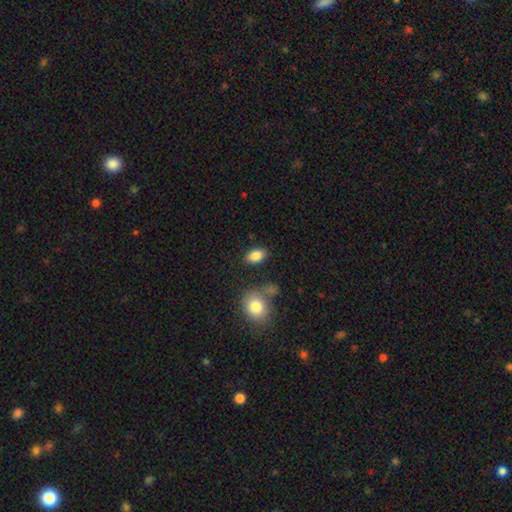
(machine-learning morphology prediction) Smooth or featured?
  - smooth: 86% *
  - star or artifact: 8%
  - featured or disk: 6%
How rounded?
  - in between: 87% *
  - round: 11%
  - cigar-shaped: 1%
Merging?
  - none: 82% *
  - minor disturbance: 10%
  - merger: 5%
  - major disturbance: 3%